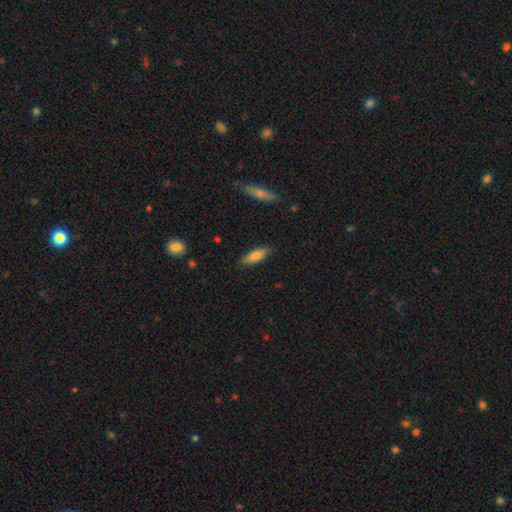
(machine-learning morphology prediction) This is likely a smooth galaxy (77%). How rounded: likely in between (64%). Merging: clearly none (84%).